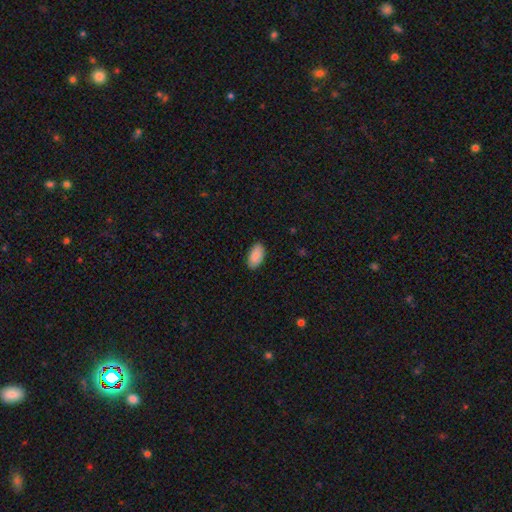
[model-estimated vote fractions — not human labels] smooth 89%, star or artifact 6%, featured or disk 5%. Down the decision tree: how rounded — in between (95%); merging — none (87%).